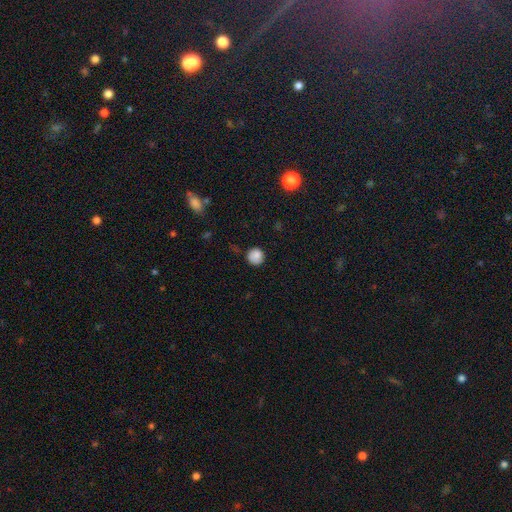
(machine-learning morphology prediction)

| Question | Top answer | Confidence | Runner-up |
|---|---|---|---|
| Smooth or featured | smooth | 86% | star or artifact (10%) |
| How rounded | round | 93% | in between (6%) |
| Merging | none | 84% | minor disturbance (12%) |